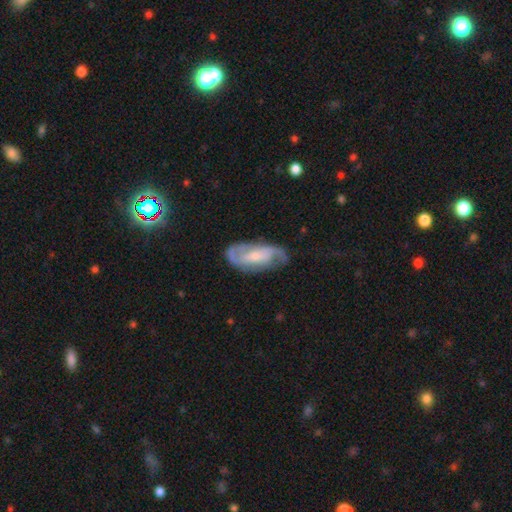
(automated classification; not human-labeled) Q: Smooth or featured?
A: featured or disk (77%); runner-up: smooth (17%)
Q: Edge-on disk?
A: no (94%); runner-up: yes (6%)
Q: Bar?
A: no (41%); runner-up: weak (40%)
Q: Spiral arms?
A: yes (92%); runner-up: no (8%)
Q: Spiral winding?
A: medium (44%); runner-up: loose (28%)
Q: Spiral arm count?
A: 2 (79%); runner-up: can't tell (11%)
Q: Bulge size?
A: small (51%); runner-up: moderate (37%)
Q: Merging?
A: none (67%); runner-up: minor disturbance (21%)